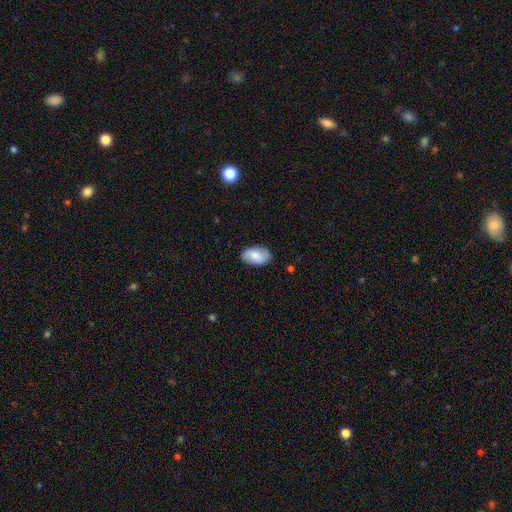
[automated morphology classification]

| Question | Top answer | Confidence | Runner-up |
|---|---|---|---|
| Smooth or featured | smooth | 71% | featured or disk (22%) |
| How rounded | in between | 93% | round (5%) |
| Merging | none | 82% | minor disturbance (14%) |